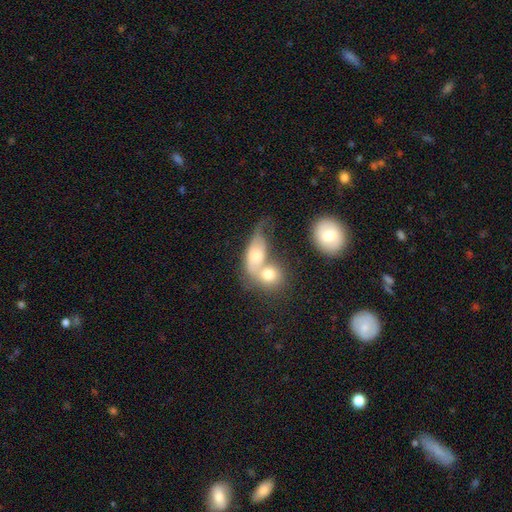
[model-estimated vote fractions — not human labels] Q: Smooth or featured?
A: smooth (58%); runner-up: featured or disk (32%)
Q: How rounded?
A: in between (68%); runner-up: round (24%)
Q: Merging?
A: merger (68%); runner-up: none (13%)